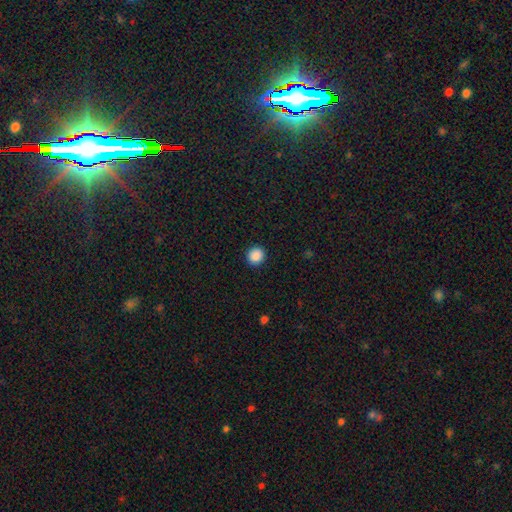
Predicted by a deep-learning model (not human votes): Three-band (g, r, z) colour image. It shows a smooth galaxy with no disk features (88%) that is round (91%). Merging: none (92%).